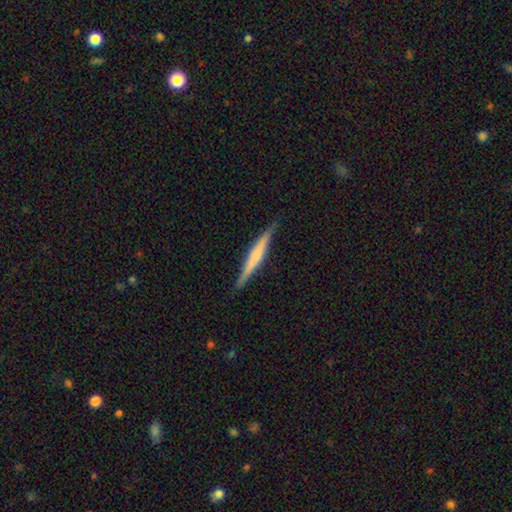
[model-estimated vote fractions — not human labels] featured or disk 58%, smooth 37%, star or artifact 5%. Down the decision tree: edge-on disk — yes (98%); edge-on bulge — rounded (42%); merging — none (88%).